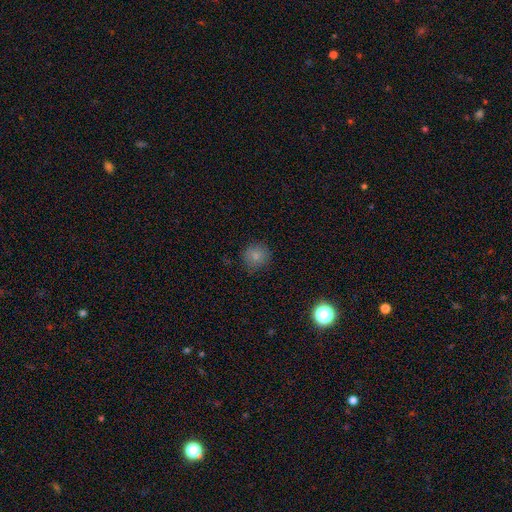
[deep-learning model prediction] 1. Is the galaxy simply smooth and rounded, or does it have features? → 81% smooth, 11% star or artifact, 7% featured or disk.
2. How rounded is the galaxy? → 90% round, 9% in between, 1% cigar-shaped.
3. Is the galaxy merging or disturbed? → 82% none, 14% minor disturbance, 3% major disturbance, 1% merger.